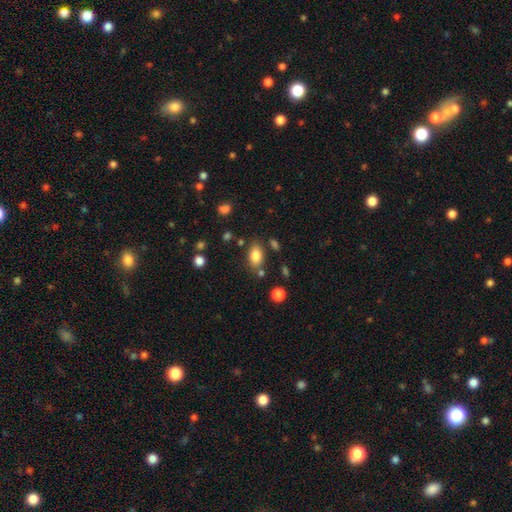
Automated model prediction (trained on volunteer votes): Morphology: type=smooth (82%); roundness=in between (88%); merging=none (76%).